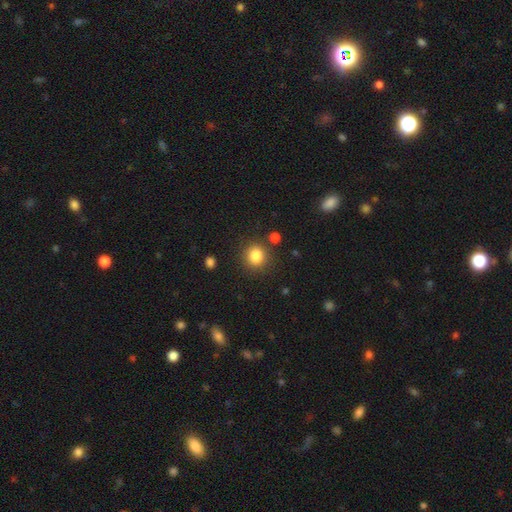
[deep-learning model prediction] Overall: smooth (84%). How rounded: round (86%). Merging: none (85%).